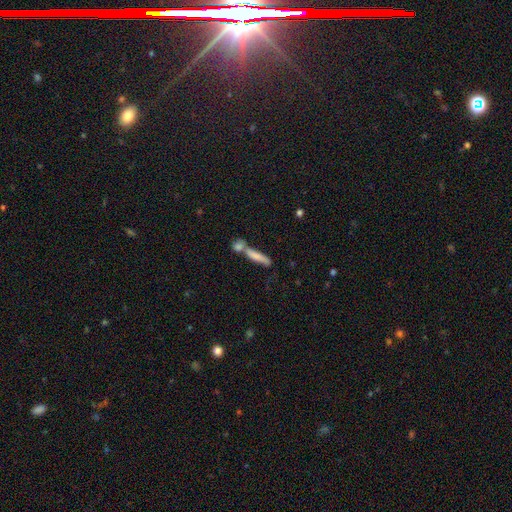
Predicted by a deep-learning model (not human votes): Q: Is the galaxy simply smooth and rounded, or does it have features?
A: smooth — 71%.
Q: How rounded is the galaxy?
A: cigar-shaped — 77%.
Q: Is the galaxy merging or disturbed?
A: merger — 45%.